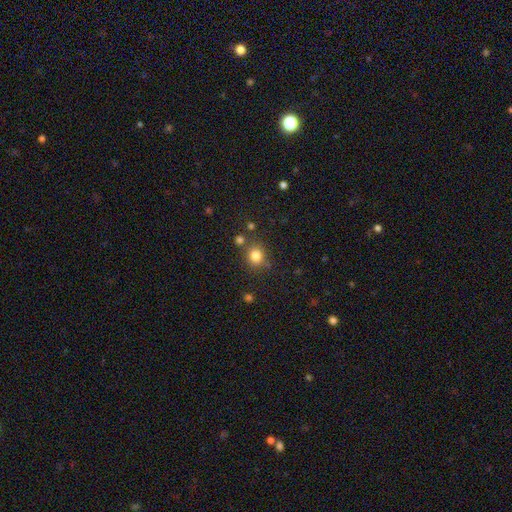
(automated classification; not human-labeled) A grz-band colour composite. It shows a smooth galaxy with no disk features (80%) that is round (82%). Merging: none (77%).